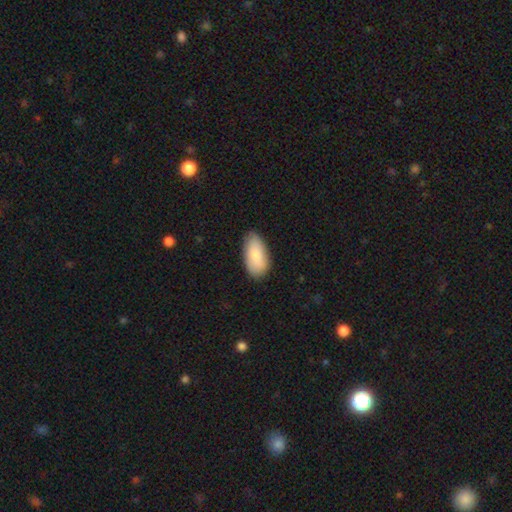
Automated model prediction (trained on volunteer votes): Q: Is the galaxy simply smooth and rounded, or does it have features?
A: smooth — 83%.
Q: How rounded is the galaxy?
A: in between — 93%.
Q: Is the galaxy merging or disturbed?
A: none — 81%.